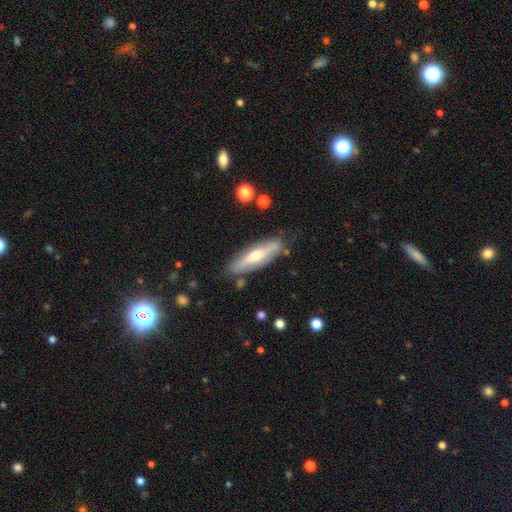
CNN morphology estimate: smooth-or-featured: featured or disk: 55% | smooth: 39% | star or artifact: 6%
  disk-edge-on: yes: 71% | no: 29%
  merging: none: 80% | minor disturbance: 14% | major disturbance: 3% | merger: 3%